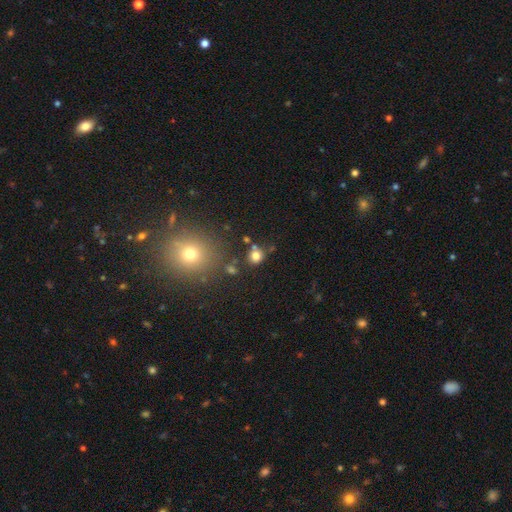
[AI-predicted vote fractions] Smooth or featured?
  - smooth: 77% *
  - star or artifact: 15%
  - featured or disk: 8%
How rounded?
  - round: 85% *
  - in between: 15%
  - cigar-shaped: 1%
Merging?
  - none: 75% *
  - merger: 11%
  - minor disturbance: 10%
  - major disturbance: 4%